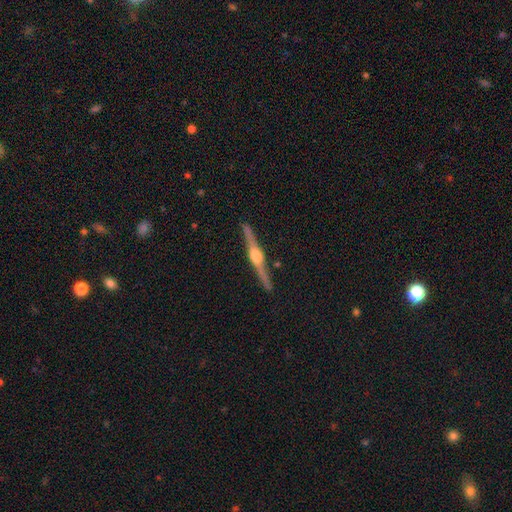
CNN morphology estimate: Smooth or featured: featured or disk — 84% (smooth — 11%)
Edge-on disk: yes — 98% (no — 2%)
Edge-on bulge: rounded — 93% (boxy — 5%)
Merging: none — 90% (minor disturbance — 7%)